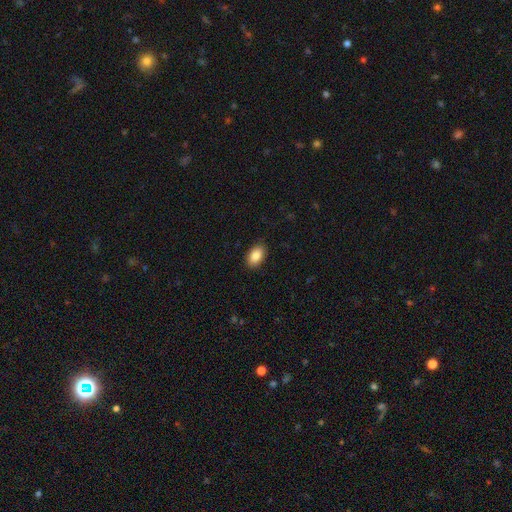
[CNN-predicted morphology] Overall: smooth (87%). How rounded: in between (91%). Merging: none (89%).